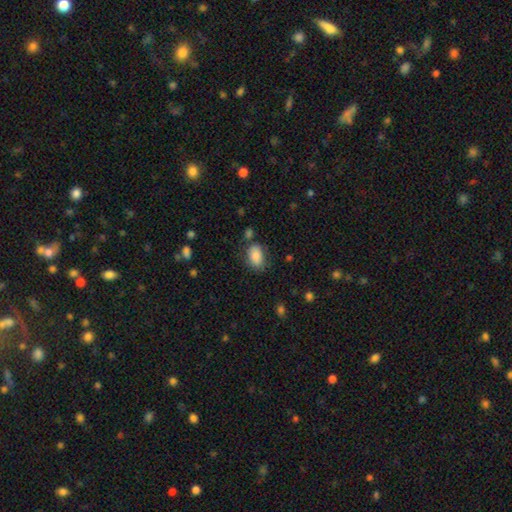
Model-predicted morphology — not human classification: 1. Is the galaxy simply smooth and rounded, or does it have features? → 84% smooth, 8% star or artifact, 8% featured or disk.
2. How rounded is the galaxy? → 86% in between, 13% round, 1% cigar-shaped.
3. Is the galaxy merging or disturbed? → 72% none, 18% minor disturbance, 5% major disturbance, 5% merger.